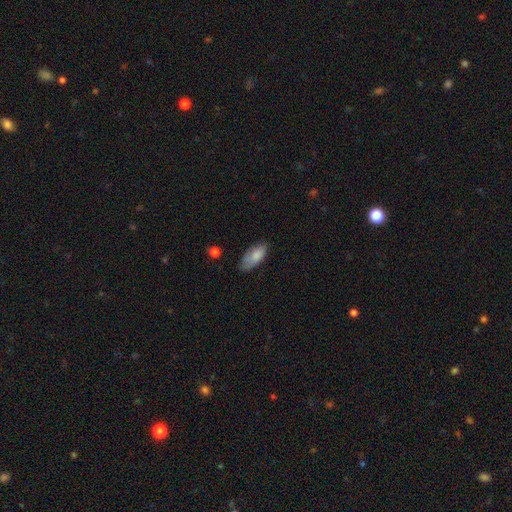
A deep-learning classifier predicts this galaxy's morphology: A smooth galaxy with no disk features (80%) that is in between round and cigar-shaped (87%).

Vote fractions:
- Smooth or featured? smooth: 80% / featured or disk: 13% / star or artifact: 7%
- How rounded? in between: 87% / cigar-shaped: 11% / round: 2%
- Merging? none: 65% / minor disturbance: 27% / major disturbance: 6% / merger: 2%